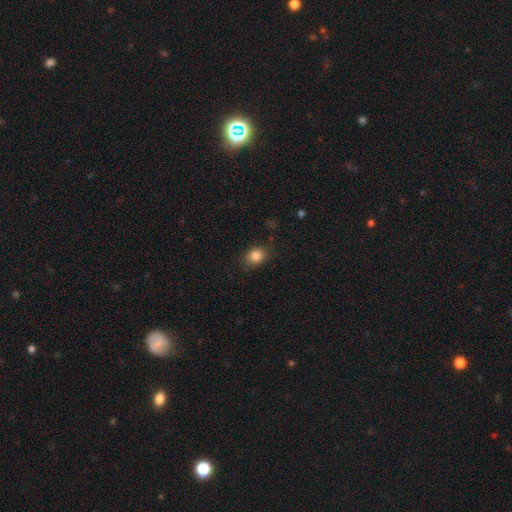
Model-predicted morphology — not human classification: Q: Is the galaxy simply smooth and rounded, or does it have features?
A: smooth — 84%.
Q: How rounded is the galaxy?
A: in between — 52%.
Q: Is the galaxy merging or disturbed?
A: none — 81%.